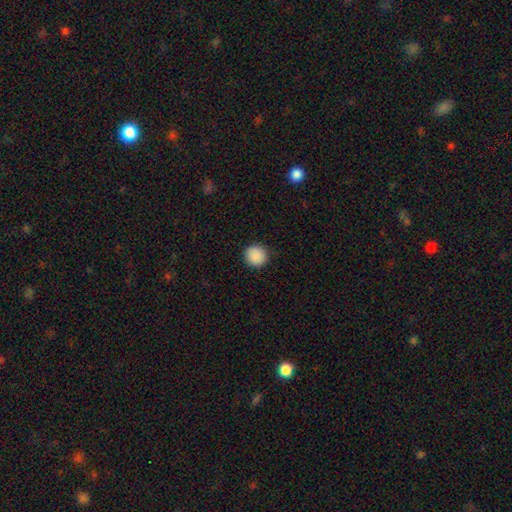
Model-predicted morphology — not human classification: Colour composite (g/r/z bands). It shows a smooth galaxy with no disk features (90%) that is round (94%). Merging: none (91%).